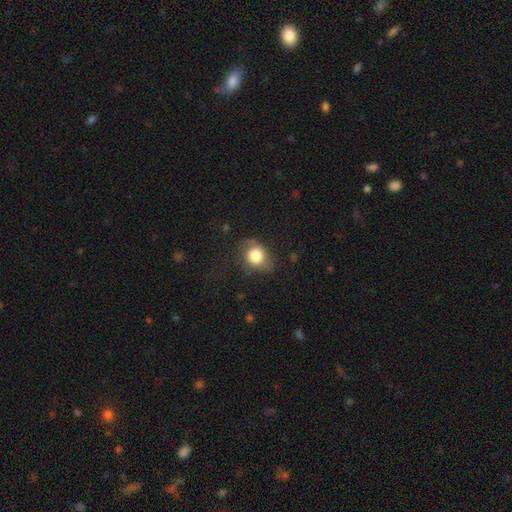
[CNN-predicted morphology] A smooth galaxy with no disk features (78%) that is in between round and cigar-shaped (54%).

Vote fractions:
- Smooth or featured? smooth: 78% / featured or disk: 13% / star or artifact: 9%
- How rounded? in between: 54% / round: 45% / cigar-shaped: 1%
- Merging? none: 67% / minor disturbance: 23% / major disturbance: 9% / merger: 1%